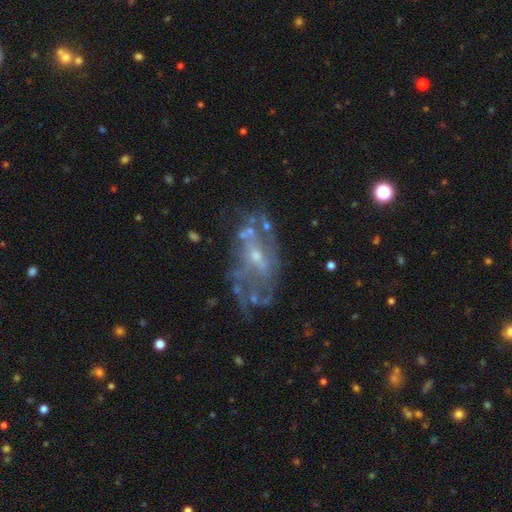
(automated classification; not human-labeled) Morphology: type=featured or disk (75%); edge-on=no (93%); bar=no (48%); spiral arms=yes (59%); bulge=small (66%); merging=none (57%).